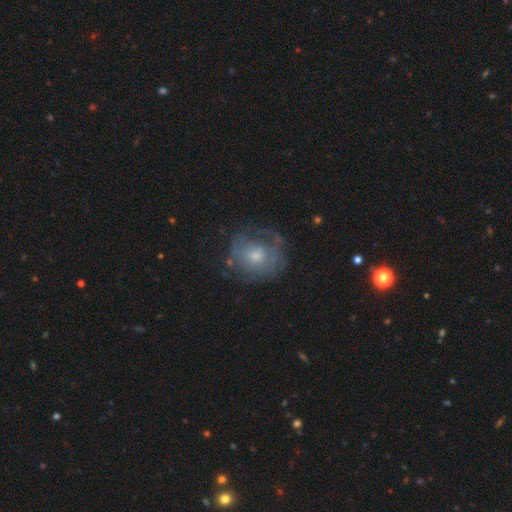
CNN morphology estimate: A featured or disk galaxy (54%) with no bar (83%), spiral arms (52%) and a small central bulge (47%).

Vote fractions:
- Smooth or featured? featured or disk: 54% / smooth: 35% / star or artifact: 10%
- Edge-on disk? no: 97% / yes: 3%
- Bar? no: 83% / weak: 15% / strong: 3%
- Spiral arms? yes: 52% / no: 48%
- Bulge size? small: 47% / moderate: 46% / large: 4% / none: 2% / dominant: 1%
- Merging? none: 58% / minor disturbance: 22% / major disturbance: 18% / merger: 2%